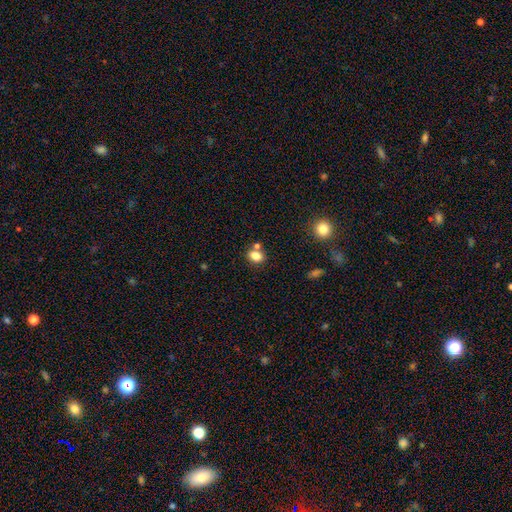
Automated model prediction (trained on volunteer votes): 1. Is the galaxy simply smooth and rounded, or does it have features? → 82% smooth, 11% star or artifact, 7% featured or disk.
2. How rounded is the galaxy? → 65% in between, 34% round, 1% cigar-shaped.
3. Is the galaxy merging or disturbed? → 61% none, 23% merger, 12% minor disturbance, 4% major disturbance.